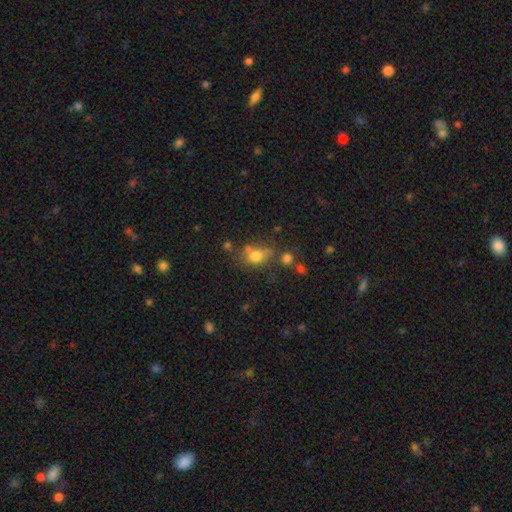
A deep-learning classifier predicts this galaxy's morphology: Smooth or featured: smooth — 72% (star or artifact — 14%)
How rounded: in between — 51% (round — 47%)
Merging: none — 44% (merger — 22%)